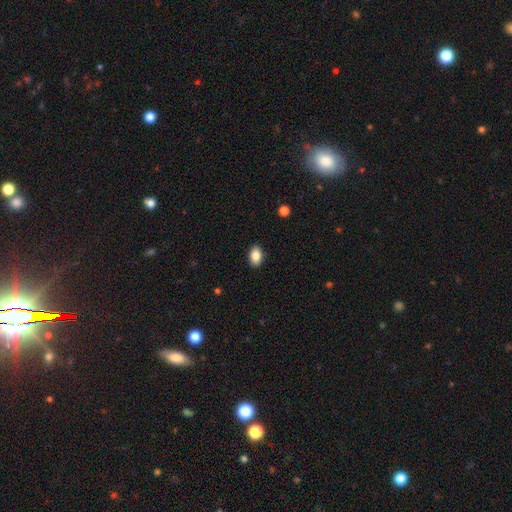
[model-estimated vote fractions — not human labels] This is clearly a smooth galaxy (87%). How rounded: clearly in between (88%). Merging: clearly none (89%).